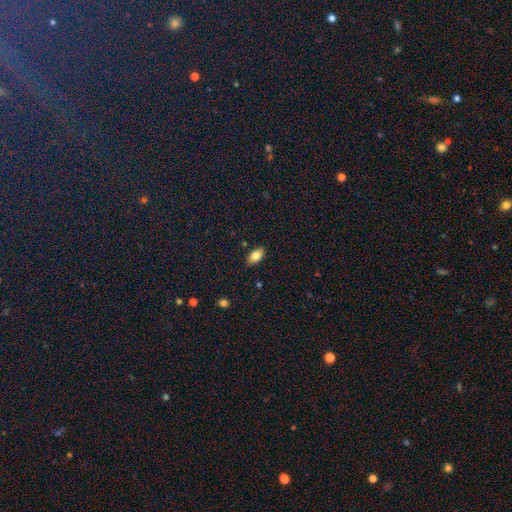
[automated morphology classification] Overall: smooth (81%). How rounded: in between (92%). Merging: none (87%).